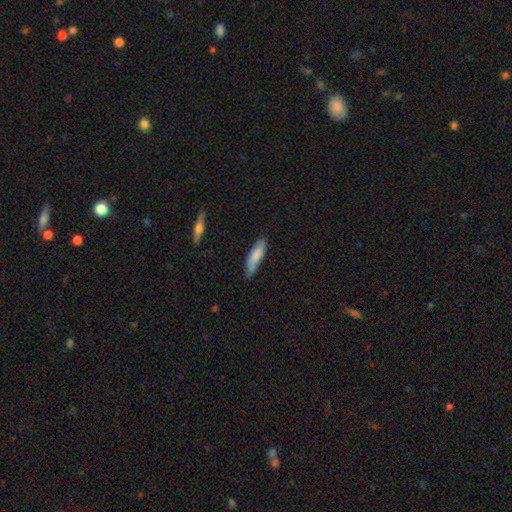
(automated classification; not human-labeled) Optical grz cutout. It shows a smooth galaxy with no disk features (80%) that is cigar-shaped (65%). Merging: none (74%).